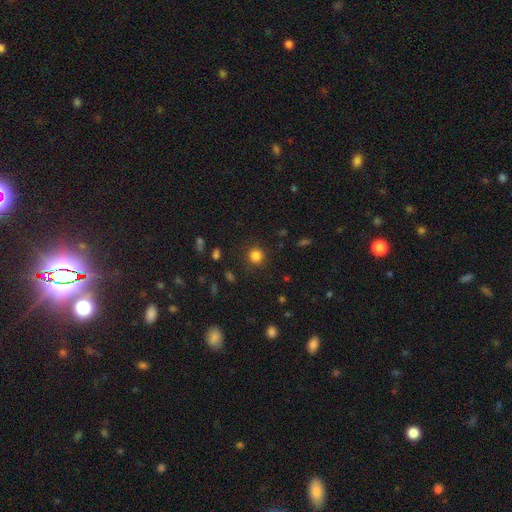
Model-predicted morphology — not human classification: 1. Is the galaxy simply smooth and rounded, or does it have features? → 83% smooth, 13% star or artifact, 4% featured or disk.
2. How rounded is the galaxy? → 93% round, 6% in between, 1% cigar-shaped.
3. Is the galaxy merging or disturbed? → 88% none, 8% minor disturbance, 3% major disturbance, 1% merger.